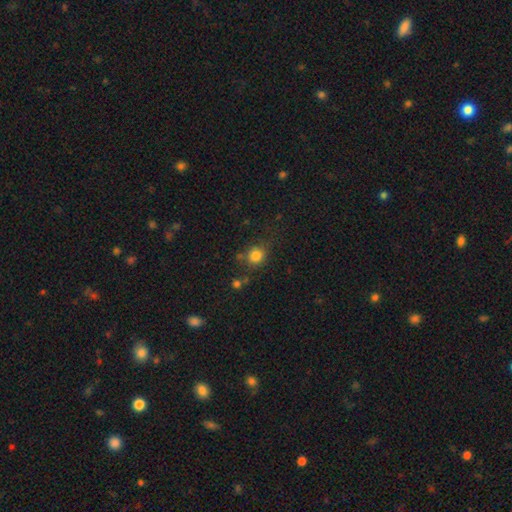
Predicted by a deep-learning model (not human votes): This is clearly a smooth galaxy (82%). How rounded: clearly round (80%). Merging: likely none (72%).